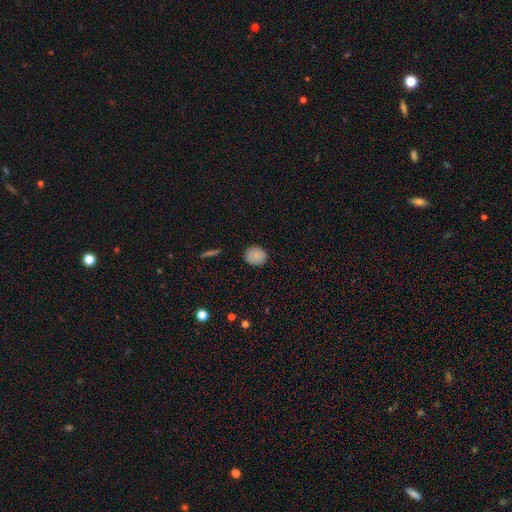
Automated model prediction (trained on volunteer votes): Smooth or featured: smooth — 86% (star or artifact — 9%)
How rounded: round — 68% (in between — 30%)
Merging: none — 88% (minor disturbance — 9%)